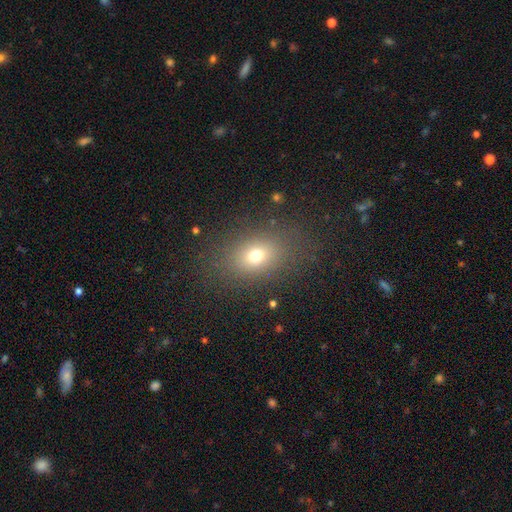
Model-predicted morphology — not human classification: A smooth galaxy with no disk features (71%) that is in between round and cigar-shaped (68%). Merging: none (81%).